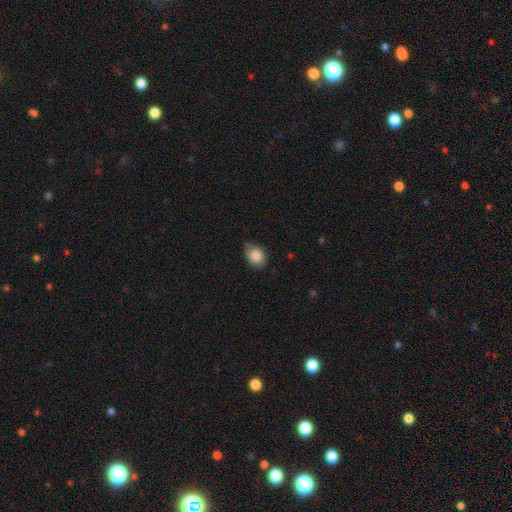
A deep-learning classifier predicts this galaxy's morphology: Q: Smooth or featured?
A: smooth (87%); runner-up: star or artifact (8%)
Q: How rounded?
A: in between (55%); runner-up: round (44%)
Q: Merging?
A: none (70%); runner-up: minor disturbance (24%)